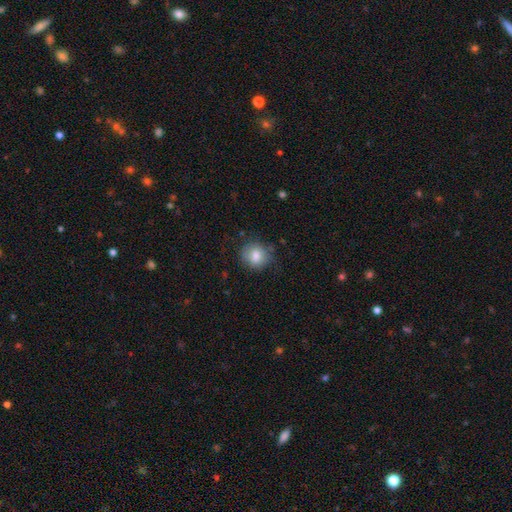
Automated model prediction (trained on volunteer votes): smooth_or_featured: smooth (p=0.81) [alt: featured or disk p=0.10]
how_rounded: round (p=0.77) [alt: in between p=0.22]
merging: none (p=0.76) [alt: minor disturbance p=0.18]